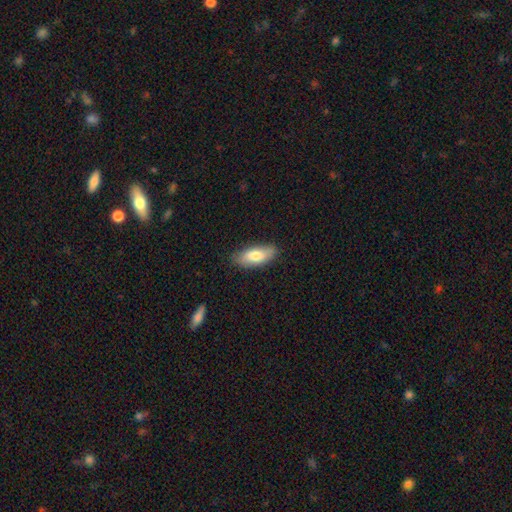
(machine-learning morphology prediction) smooth 77%, featured or disk 18%, star or artifact 6%. Down the decision tree: how rounded — in between (79%); merging — none (82%).